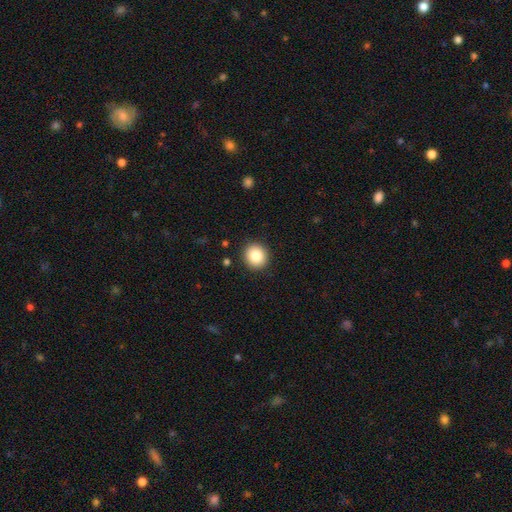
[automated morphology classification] Smooth or featured? smooth (84%)
How rounded? round (88%)
Merging? none (91%)